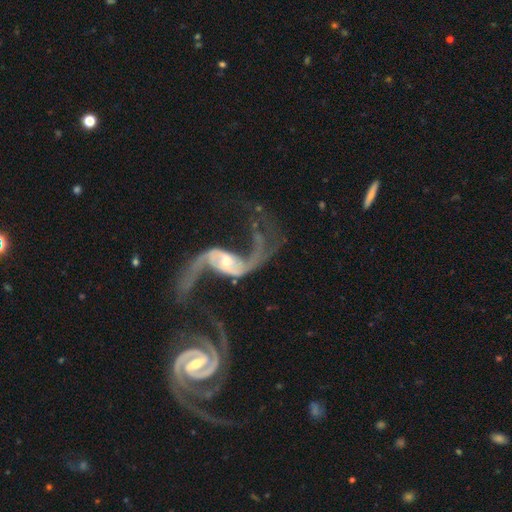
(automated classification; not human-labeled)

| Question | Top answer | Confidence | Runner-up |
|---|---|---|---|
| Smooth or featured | featured or disk | 90% | star or artifact (6%) |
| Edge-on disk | no | 95% | yes (5%) |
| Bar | weak | 41% | strong (30%) |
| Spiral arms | yes | 96% | no (4%) |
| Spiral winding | loose | 73% | medium (22%) |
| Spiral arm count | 2 | 90% | can't tell (3%) |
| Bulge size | small | 46% | moderate (42%) |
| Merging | merger | 38% | none (29%) |